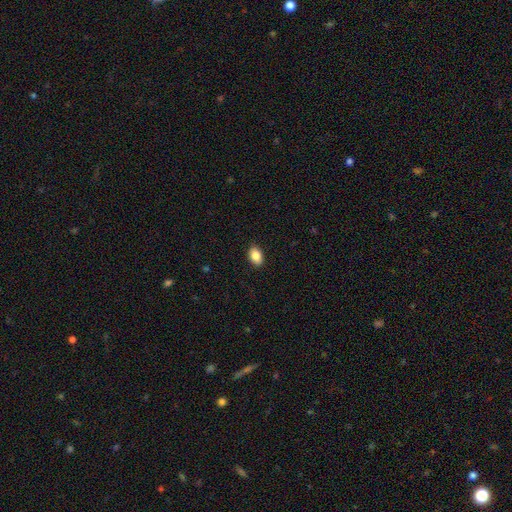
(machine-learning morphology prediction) Smooth or featured: smooth — 86% (star or artifact — 8%)
How rounded: in between — 87% (round — 12%)
Merging: none — 89% (minor disturbance — 8%)